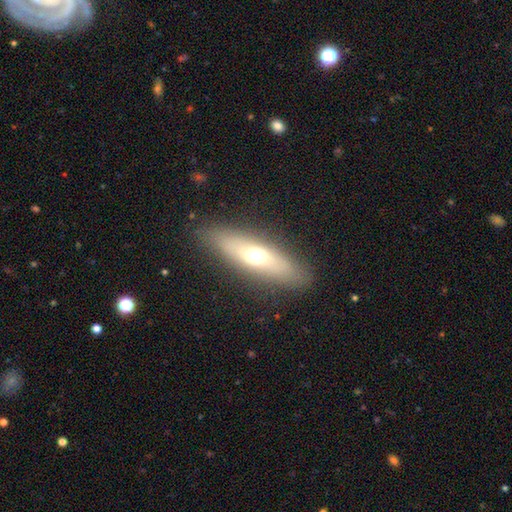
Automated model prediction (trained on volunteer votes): smooth-or-featured: smooth: 53% | featured or disk: 39% | star or artifact: 8%
  how-rounded: cigar-shaped: 61% | in between: 37% | round: 3%
  merging: none: 86% | minor disturbance: 10% | major disturbance: 3% | merger: 1%